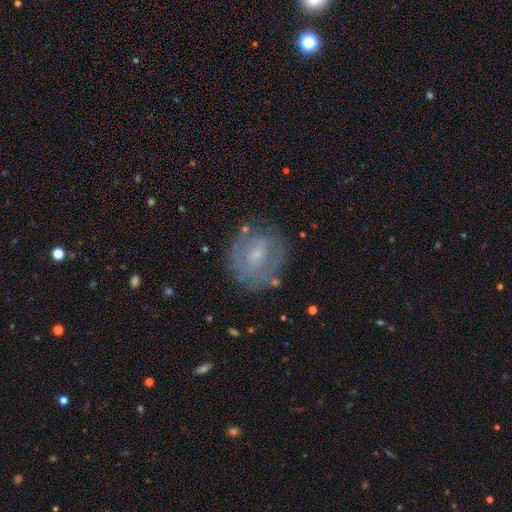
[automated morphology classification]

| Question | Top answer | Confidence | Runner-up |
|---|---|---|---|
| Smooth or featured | featured or disk | 54% | smooth (37%) |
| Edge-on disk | no | 95% | yes (5%) |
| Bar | weak | 50% | no (34%) |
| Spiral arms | no | 51% | yes (49%) |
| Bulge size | small | 55% | moderate (30%) |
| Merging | none | 70% | minor disturbance (19%) |